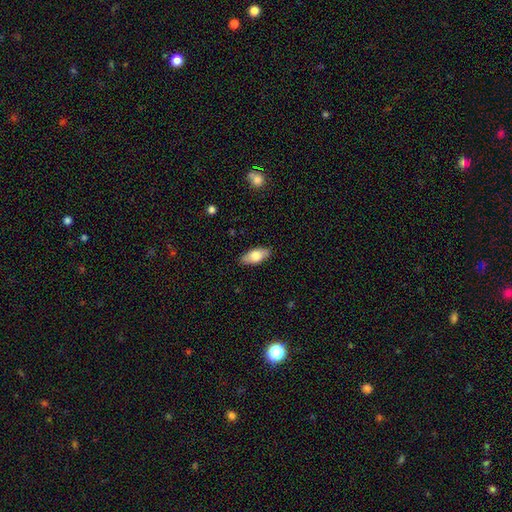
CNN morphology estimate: smooth-or-featured: smooth: 74% | featured or disk: 20% | star or artifact: 6%
  how-rounded: in between: 84% | cigar-shaped: 13% | round: 3%
  merging: none: 88% | minor disturbance: 9% | major disturbance: 2% | merger: 1%